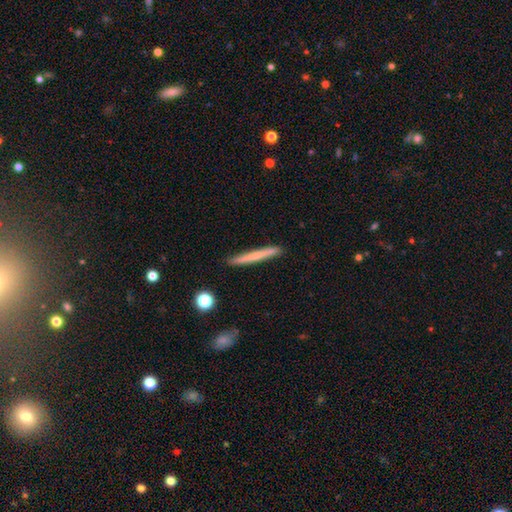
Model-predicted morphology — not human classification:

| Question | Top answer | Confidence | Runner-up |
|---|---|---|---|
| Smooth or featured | smooth | 63% | featured or disk (31%) |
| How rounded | cigar-shaped | 97% | in between (2%) |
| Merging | none | 90% | minor disturbance (7%) |